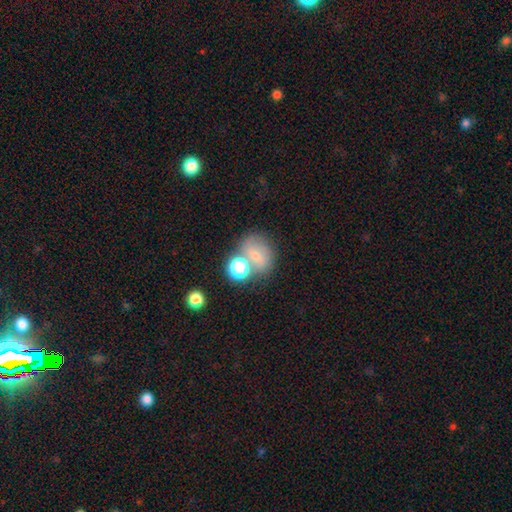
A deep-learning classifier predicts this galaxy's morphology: This appears to be a smooth galaxy with no disk features (58%) that is round (57%). Merging: none (42%).